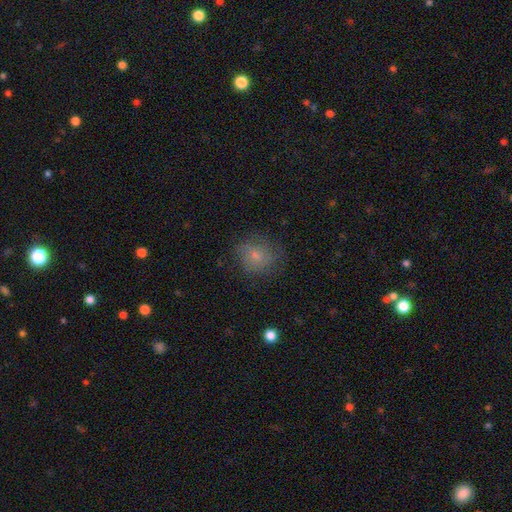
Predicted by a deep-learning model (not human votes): smooth-or-featured: smooth: 65% | featured or disk: 20% | star or artifact: 15%
  how-rounded: round: 80% | in between: 19% | cigar-shaped: 1%
  merging: none: 75% | minor disturbance: 17% | major disturbance: 7% | merger: 1%